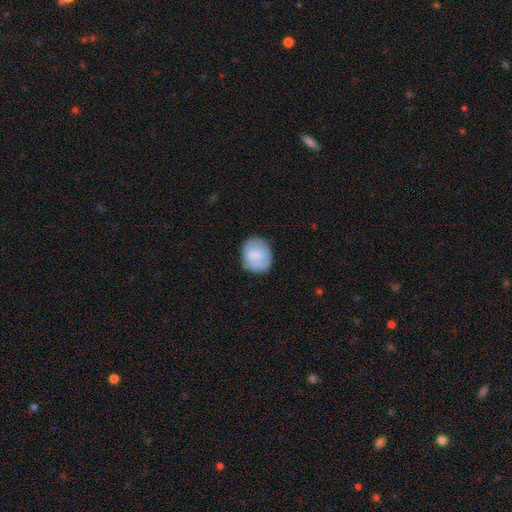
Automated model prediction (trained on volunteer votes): Morphology: type=smooth (70%); roundness=round (59%); merging=none (71%).